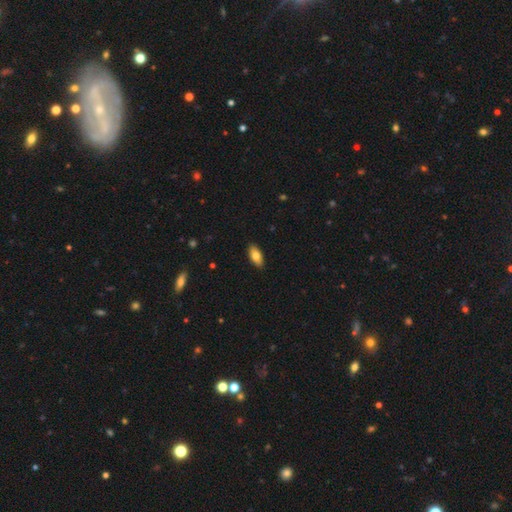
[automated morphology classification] Overall: smooth (79%). How rounded: in between (87%). Merging: none (88%).